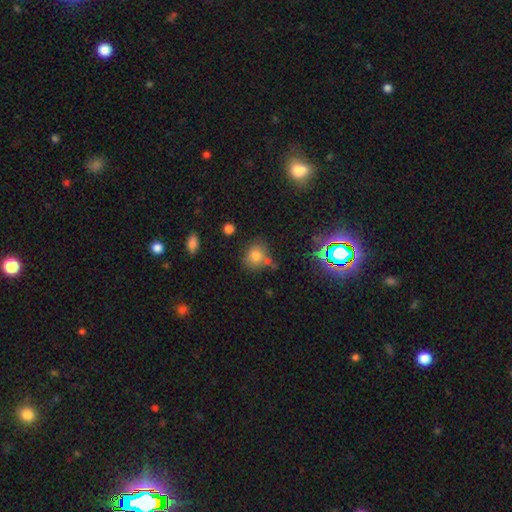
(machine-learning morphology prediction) smooth-or-featured: smooth: 77% | star or artifact: 15% | featured or disk: 9%
  how-rounded: round: 67% | in between: 31% | cigar-shaped: 1%
  merging: none: 58% | minor disturbance: 19% | merger: 17% | major disturbance: 7%